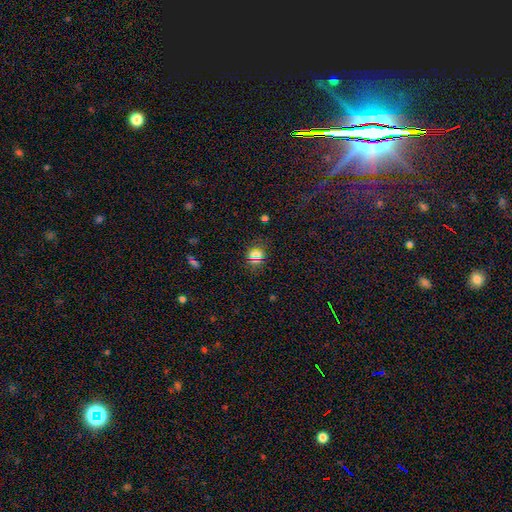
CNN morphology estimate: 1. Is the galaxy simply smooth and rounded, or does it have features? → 63% smooth, 28% star or artifact, 10% featured or disk.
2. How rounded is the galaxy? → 64% round, 34% in between, 2% cigar-shaped.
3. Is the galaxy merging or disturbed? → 81% none, 12% minor disturbance, 5% major disturbance, 2% merger.